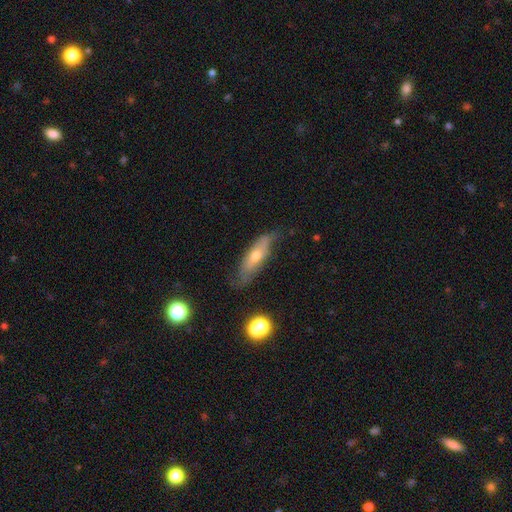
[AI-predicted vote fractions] Q: Smooth or featured?
A: featured or disk (46%); tied with: smooth (46%)
Q: Merging?
A: none (60%); runner-up: minor disturbance (29%)